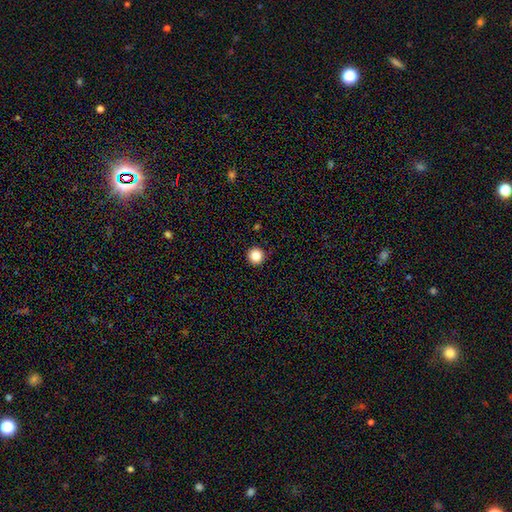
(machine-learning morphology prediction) Smooth or featured? smooth (84%)
How rounded? round (96%)
Merging? none (93%)